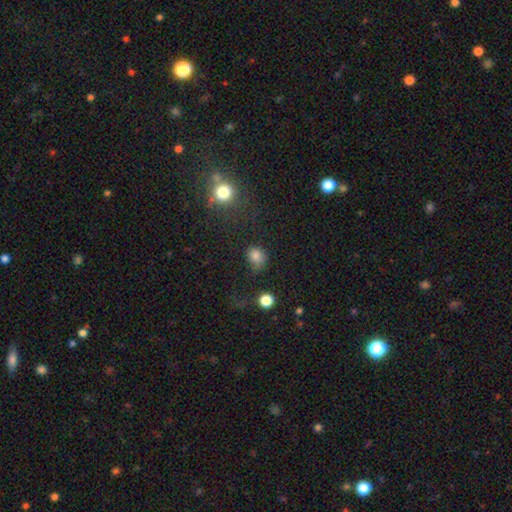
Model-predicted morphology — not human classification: This is likely a smooth galaxy (80%). How rounded: likely round (67%). Merging: possibly none (55%).